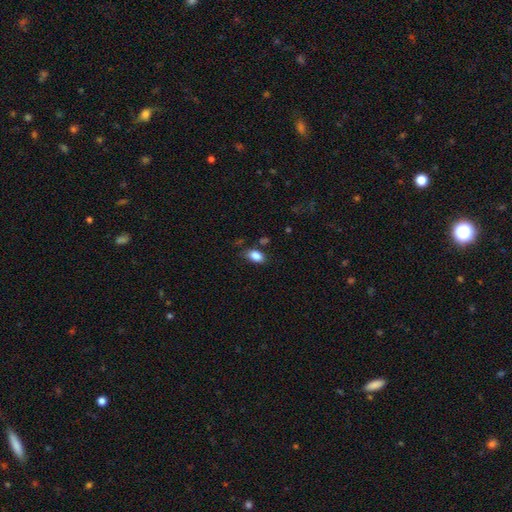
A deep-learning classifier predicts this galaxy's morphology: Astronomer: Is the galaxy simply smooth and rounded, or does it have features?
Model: smooth — 87%.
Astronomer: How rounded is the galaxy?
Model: in between — 89%.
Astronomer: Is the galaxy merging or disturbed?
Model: none — 75%.